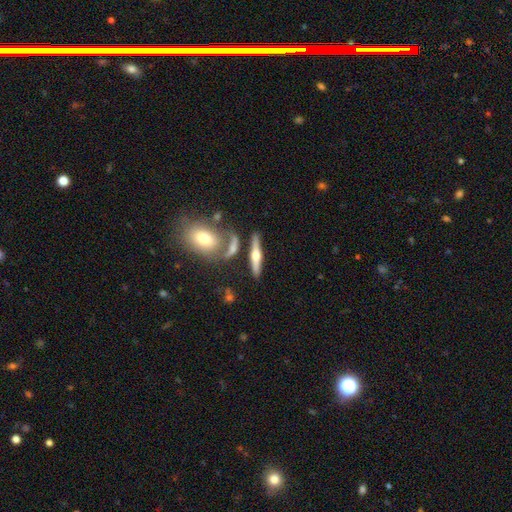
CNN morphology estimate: smooth-or-featured: featured or disk: 65% | smooth: 28% | star or artifact: 7%
  disk-edge-on: yes: 94% | no: 6%
    edge-on-bulge: rounded: 94% | boxy: 3% | none: 3%
  merging: none: 74% | merger: 13% | minor disturbance: 10% | major disturbance: 4%